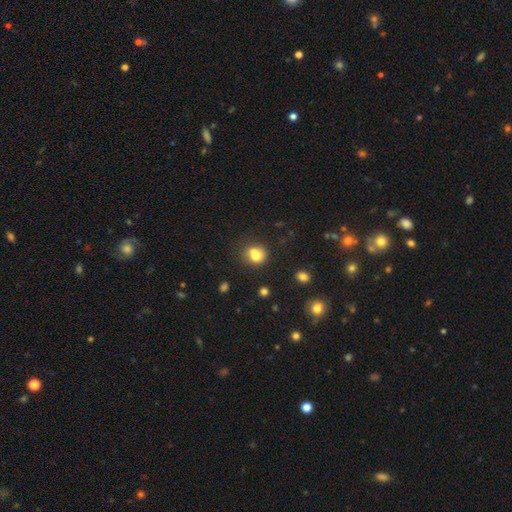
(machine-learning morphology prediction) The model was most divided on "merging": none: 45%, merger: 36%, minor disturbance: 14%, major disturbance: 5%. More confident: how rounded — round (75%); smooth or featured — smooth (73%).